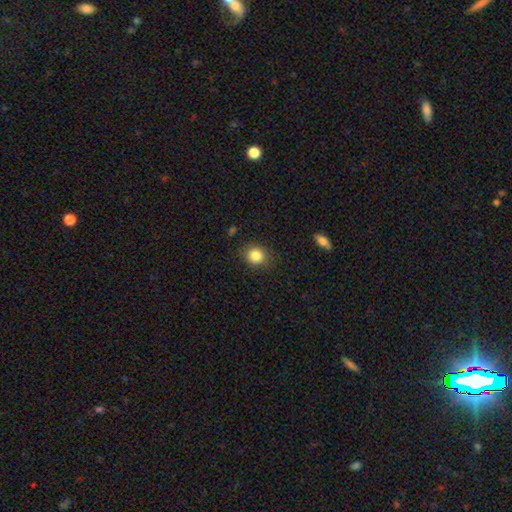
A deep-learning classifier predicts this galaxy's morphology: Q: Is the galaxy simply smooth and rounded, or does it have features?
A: smooth — 84%.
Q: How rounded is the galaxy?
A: round — 73%.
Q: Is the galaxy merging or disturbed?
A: none — 86%.